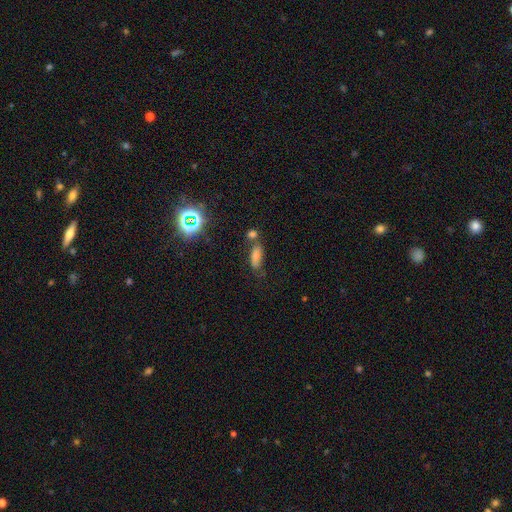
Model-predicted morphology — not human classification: type=smooth (58%); roundness=in between (58%); merging=none (53%).